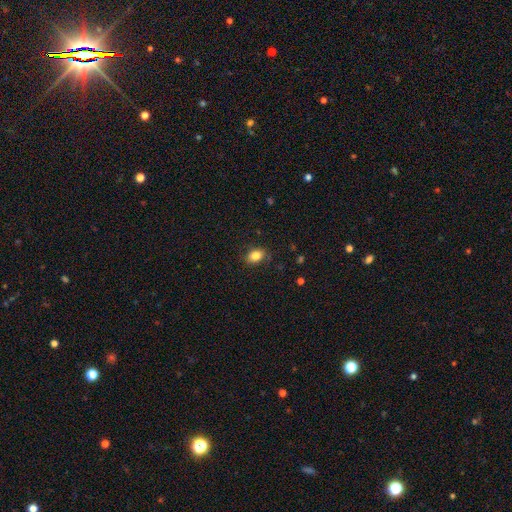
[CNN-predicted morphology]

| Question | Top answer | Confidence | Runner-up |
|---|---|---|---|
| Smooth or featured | smooth | 83% | star or artifact (9%) |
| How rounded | in between | 74% | round (25%) |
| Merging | none | 83% | minor disturbance (13%) |